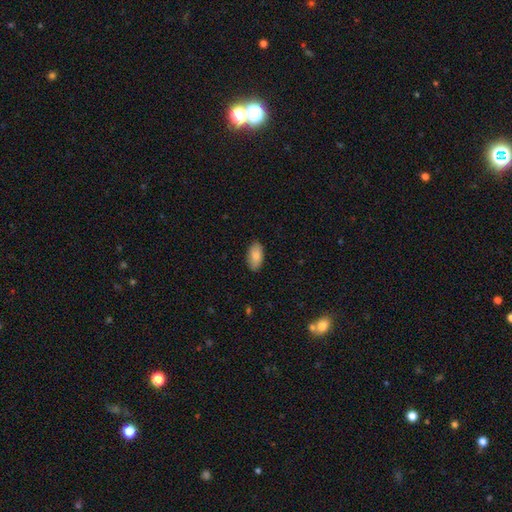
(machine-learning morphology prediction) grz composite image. It shows a smooth galaxy with no disk features (84%) that is in between round and cigar-shaped (94%). Merging: none (87%).